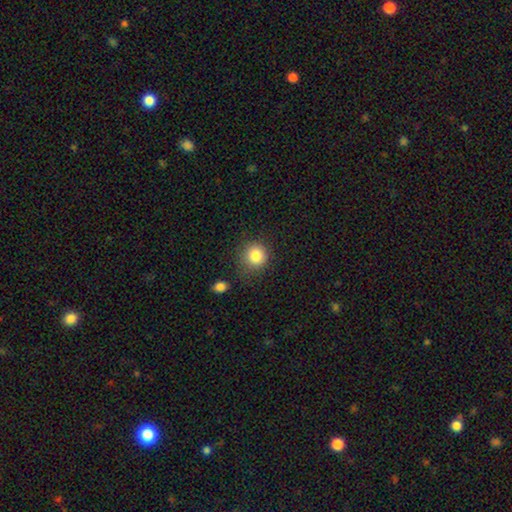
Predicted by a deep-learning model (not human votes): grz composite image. It shows a smooth galaxy with no disk features (85%) that is round (90%). Merging: none (77%).